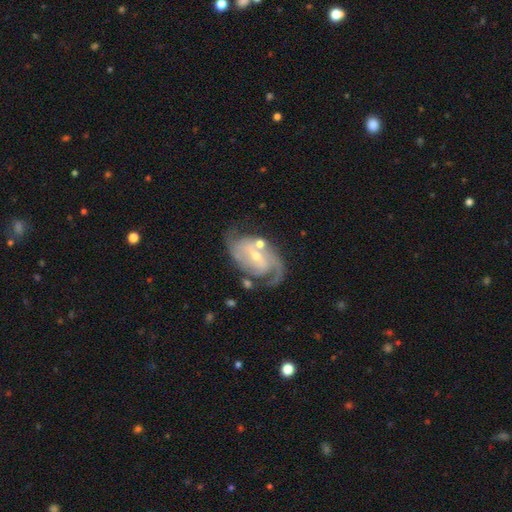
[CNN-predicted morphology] A featured or disk galaxy (89%) with a weak bar (46%), 2 (76%) medium (49%) spiral arms (97%) and a small central bulge (64%).

Vote fractions:
- Smooth or featured? featured or disk: 89% / smooth: 6% / star or artifact: 5%
- Edge-on disk? no: 97% / yes: 3%
- Bar? weak: 46% / no: 29% / strong: 25%
- Spiral arms? yes: 97% / no: 3%
- Spiral winding? medium: 49% / tight: 37% / loose: 14%
- Spiral arm count? 2: 76% / 3: 8% / can't tell: 7% / 1: 4% / 4: 2% / more than 4: 2%
- Bulge size? small: 64% / moderate: 32% / none: 2% / large: 1% / dominant: 1%
- Merging? none: 63% / minor disturbance: 18% / major disturbance: 10% / merger: 10%